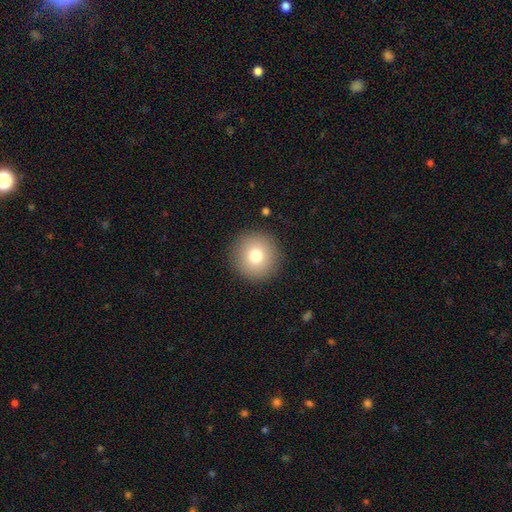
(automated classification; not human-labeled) Smooth or featured? smooth (77%)
How rounded? round (96%)
Merging? none (91%)